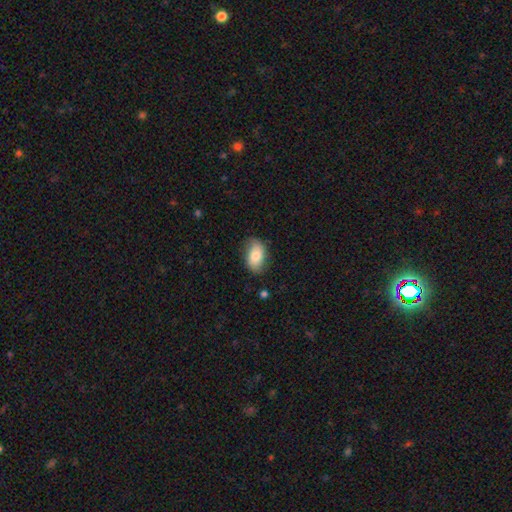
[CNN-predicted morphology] Overall: smooth (76%). How rounded: in between (92%). Merging: none (74%).